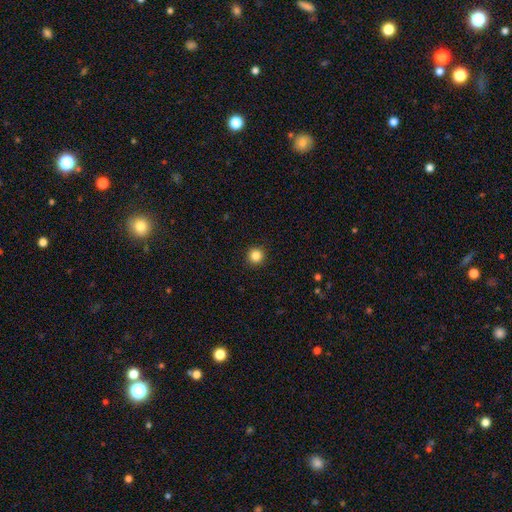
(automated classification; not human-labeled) Smooth or featured? Predicted: smooth (p=0.84). How rounded? Predicted: round (p=0.96). Merging? Predicted: none (p=0.93).